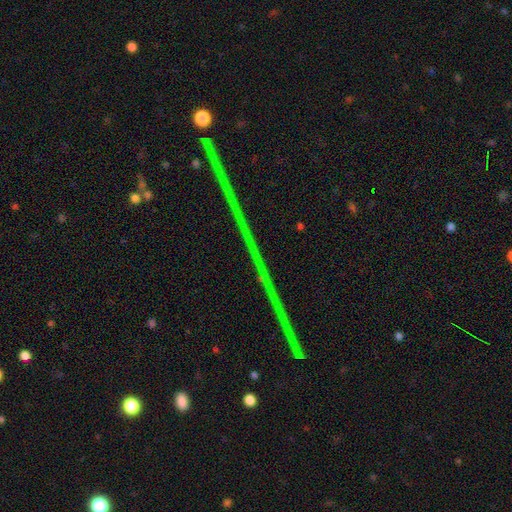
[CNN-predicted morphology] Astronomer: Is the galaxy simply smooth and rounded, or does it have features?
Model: star or artifact — 81%.